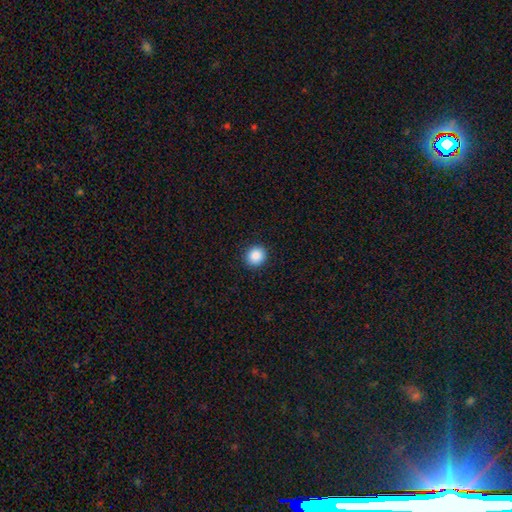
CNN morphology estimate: Overall: smooth (88%). How rounded: round (87%). Merging: none (91%).